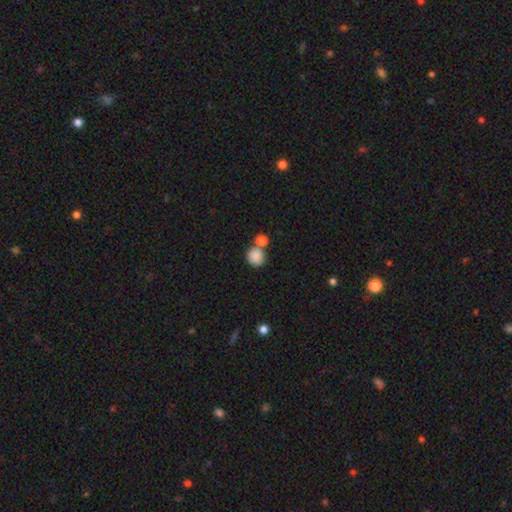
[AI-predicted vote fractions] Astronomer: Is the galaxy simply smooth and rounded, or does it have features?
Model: smooth — 86%.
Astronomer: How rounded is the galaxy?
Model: round — 88%.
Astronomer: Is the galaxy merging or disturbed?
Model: none — 58%.